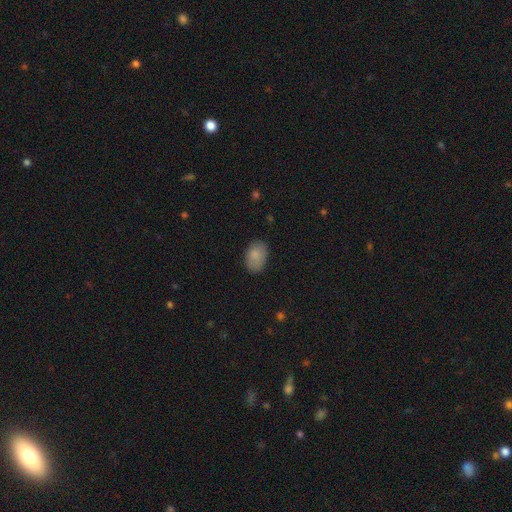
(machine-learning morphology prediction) Q: Smooth or featured?
A: smooth (85%); runner-up: star or artifact (7%)
Q: How rounded?
A: in between (86%); runner-up: round (13%)
Q: Merging?
A: none (79%); runner-up: minor disturbance (16%)